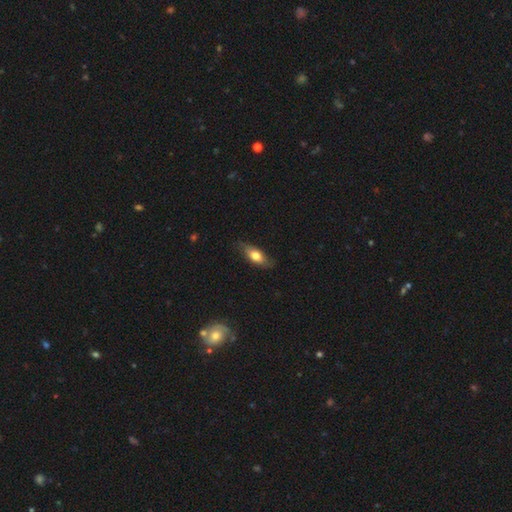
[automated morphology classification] Q: Smooth or featured?
A: smooth (67%); runner-up: featured or disk (27%)
Q: How rounded?
A: in between (75%); runner-up: cigar-shaped (21%)
Q: Merging?
A: none (75%); runner-up: minor disturbance (20%)